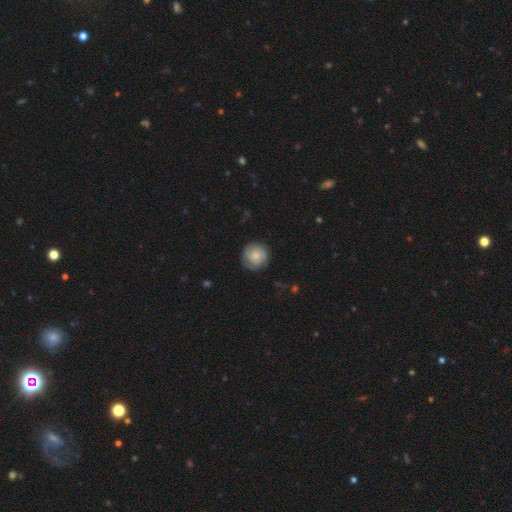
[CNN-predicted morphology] This is likely a smooth galaxy (62%). How rounded: clearly round (92%). Merging: likely none (79%).